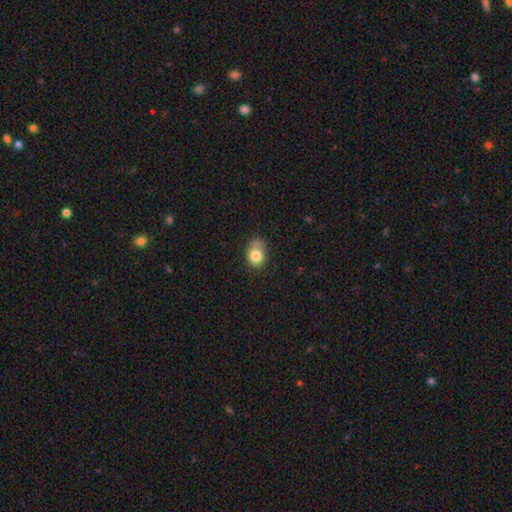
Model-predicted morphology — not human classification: smooth-or-featured: smooth: 81% | star or artifact: 10% | featured or disk: 9%
  how-rounded: round: 51% | in between: 48% | cigar-shaped: 1%
  merging: none: 53% | minor disturbance: 31% | major disturbance: 9% | merger: 7%